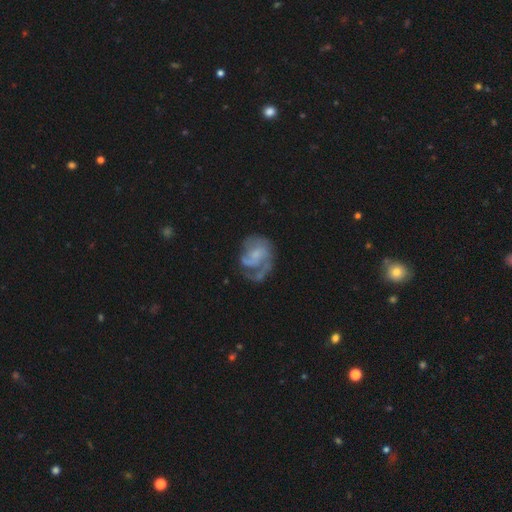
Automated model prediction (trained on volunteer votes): smooth-or-featured: featured or disk: 73% | smooth: 20% | star or artifact: 7%
  disk-edge-on: no: 98% | yes: 2%
    bar: no: 61% | weak: 33% | strong: 6%
    has-spiral-arms: yes: 86% | no: 14%
      spiral-winding: medium: 42% | tight: 34% | loose: 25%
      spiral-arm-count: 1: 38% | 2: 32% | can't tell: 17% | 3: 8% | 4: 2% | more than 4: 2%
    bulge-size: small: 48% | none: 25% | moderate: 22% | large: 4% | dominant: 1%
  merging: none: 41% | major disturbance: 33% | minor disturbance: 22% | merger: 4%